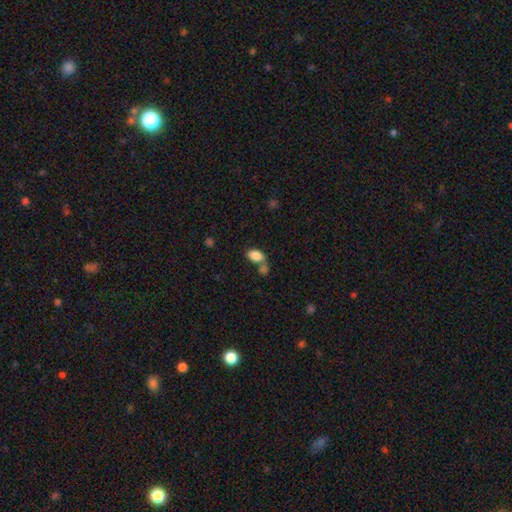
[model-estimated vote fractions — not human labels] smooth_or_featured: smooth (p=0.85) [alt: star or artifact p=0.08]
how_rounded: in between (p=0.90) [alt: round p=0.08]
merging: none (p=0.44) [alt: merger p=0.38]